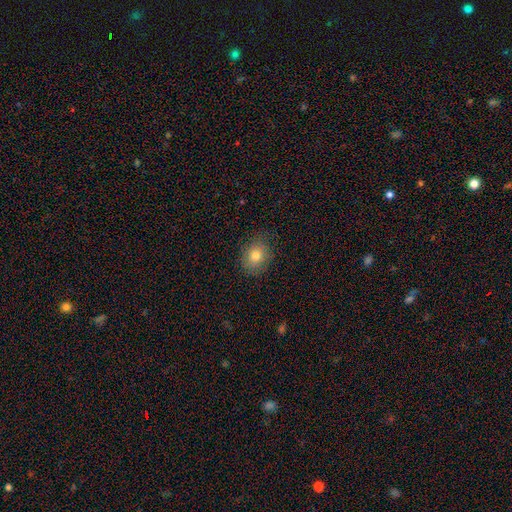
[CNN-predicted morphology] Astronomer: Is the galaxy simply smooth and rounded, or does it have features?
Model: smooth — 79%.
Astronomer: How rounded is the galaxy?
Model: round — 52% (runner-up: in between, 47%).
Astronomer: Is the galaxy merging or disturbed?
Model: none — 82%.